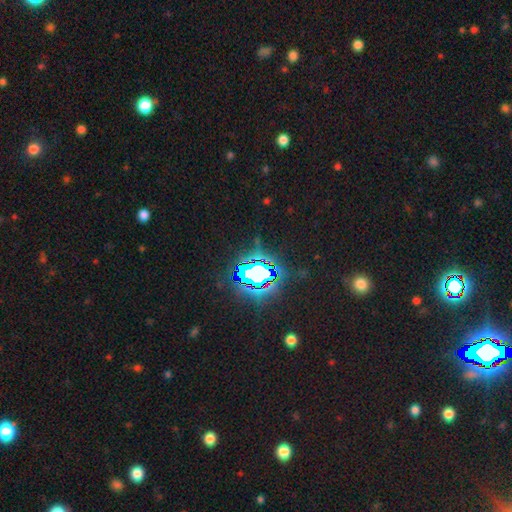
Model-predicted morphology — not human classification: A star or artifact, not a galaxy (83%).

Vote fractions:
- Smooth or featured? star or artifact: 83% / smooth: 10% / featured or disk: 7%